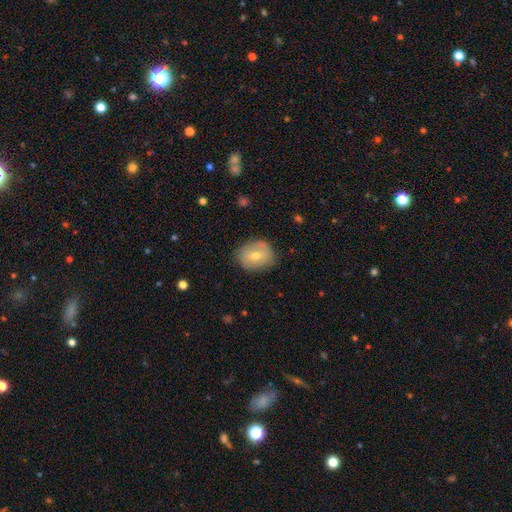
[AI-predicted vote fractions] Smooth or featured?
  - smooth: 59% *
  - featured or disk: 32%
  - star or artifact: 9%
How rounded?
  - round: 55% *
  - in between: 43%
  - cigar-shaped: 1%
Merging?
  - none: 79% *
  - minor disturbance: 16%
  - major disturbance: 4%
  - merger: 1%